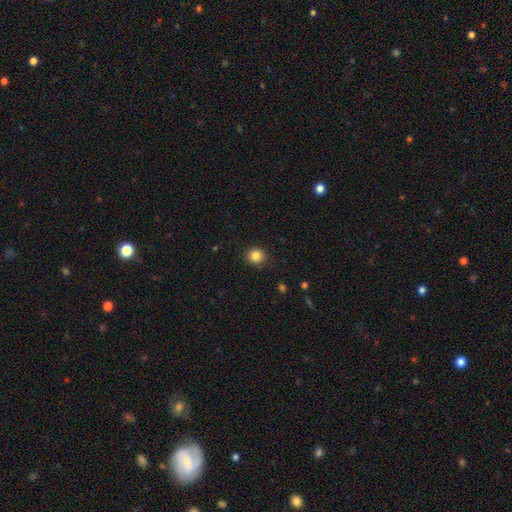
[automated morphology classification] The model was most divided on "smooth or featured": smooth: 85%, star or artifact: 11%, featured or disk: 5%. More confident: how rounded — round (89%); merging — none (88%).